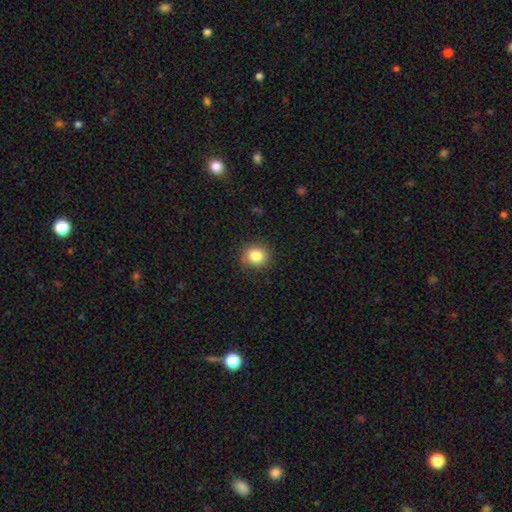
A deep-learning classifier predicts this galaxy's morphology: Smooth or featured?
  - smooth: 84% *
  - star or artifact: 10%
  - featured or disk: 6%
How rounded?
  - round: 83% *
  - in between: 17%
  - cigar-shaped: 1%
Merging?
  - none: 87% *
  - minor disturbance: 9%
  - major disturbance: 3%
  - merger: 1%